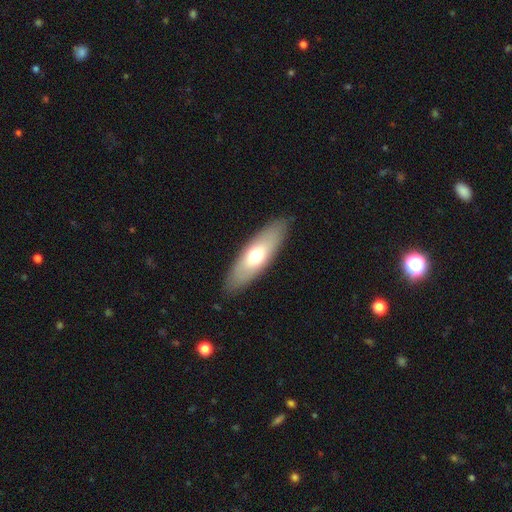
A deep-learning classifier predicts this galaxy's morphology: smooth 63%, featured or disk 32%, star or artifact 5%. Down the decision tree: how rounded — in between (60%); merging — none (88%).